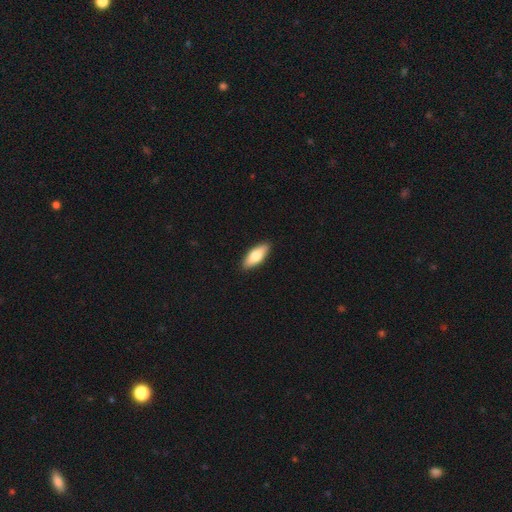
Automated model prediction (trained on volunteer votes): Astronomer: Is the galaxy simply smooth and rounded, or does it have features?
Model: smooth — 72%.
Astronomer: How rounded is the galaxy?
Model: in between — 72%.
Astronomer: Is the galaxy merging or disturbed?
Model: none — 90%.